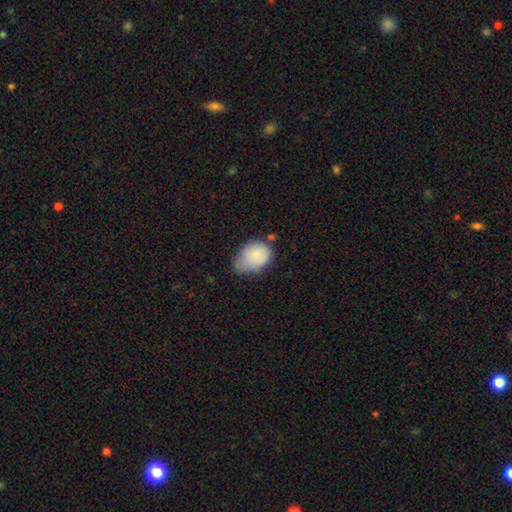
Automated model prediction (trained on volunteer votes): Smooth or featured? smooth (80%)
How rounded? in between (73%)
Merging? minor disturbance (47%)